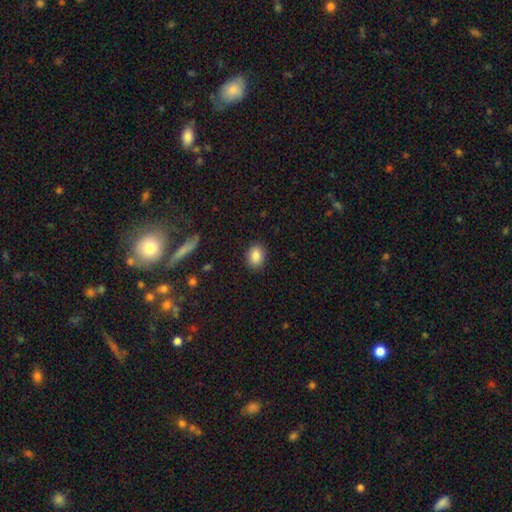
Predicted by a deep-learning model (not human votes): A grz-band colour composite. It shows a smooth galaxy with no disk features (87%) that is in between round and cigar-shaped (58%). Merging: none (87%).